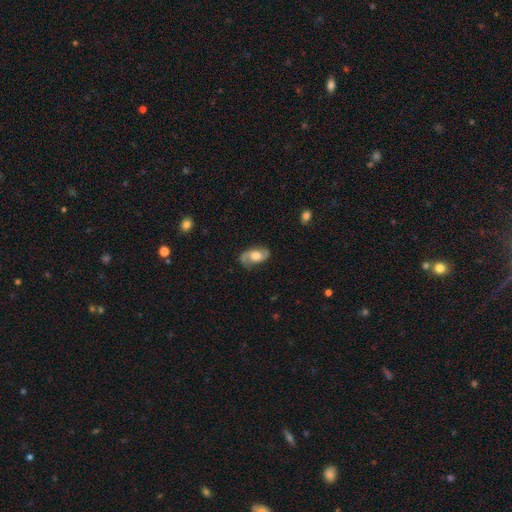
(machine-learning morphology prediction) Smooth or featured? featured or disk (73%)
Edge-on disk? no (95%)
Bar? no (63%)
Spiral arms? yes (92%)
Spiral winding? medium (43%)
Spiral arm count? 2 (89%)
Bulge size? moderate (53%)
Merging? none (77%)